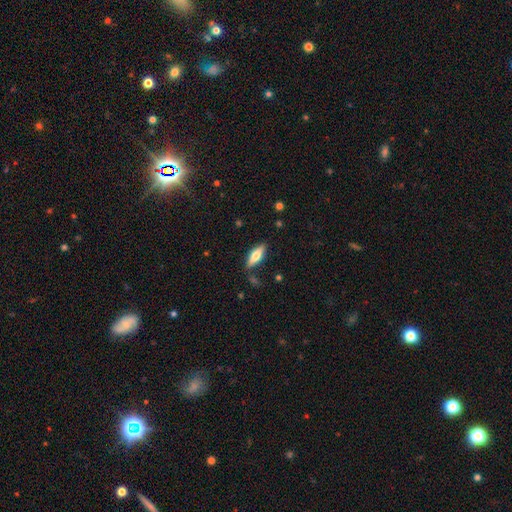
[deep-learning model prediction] Smooth or featured? smooth (62%)
How rounded? in between (58%)
Merging? none (81%)